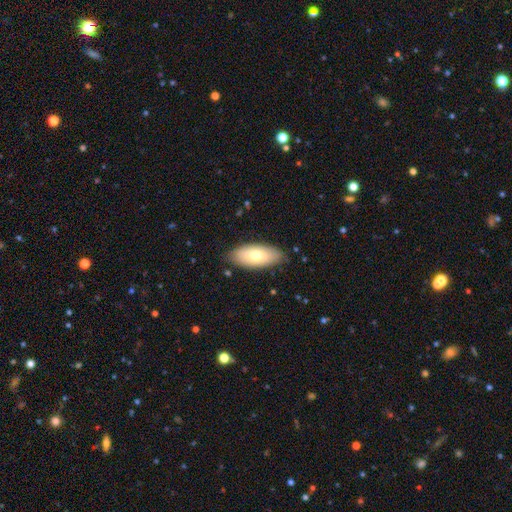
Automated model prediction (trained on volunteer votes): A smooth galaxy with no disk features (72%) that is in between round and cigar-shaped (88%). Merging: none (83%).